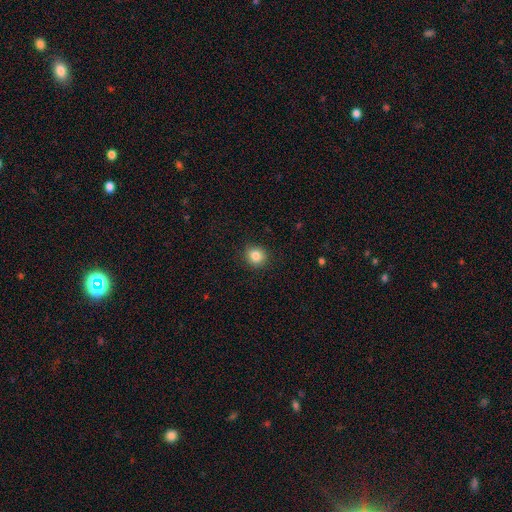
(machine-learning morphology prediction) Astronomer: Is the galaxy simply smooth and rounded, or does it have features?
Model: smooth — 85%.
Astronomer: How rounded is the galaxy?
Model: round — 84%.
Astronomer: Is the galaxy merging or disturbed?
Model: none — 89%.